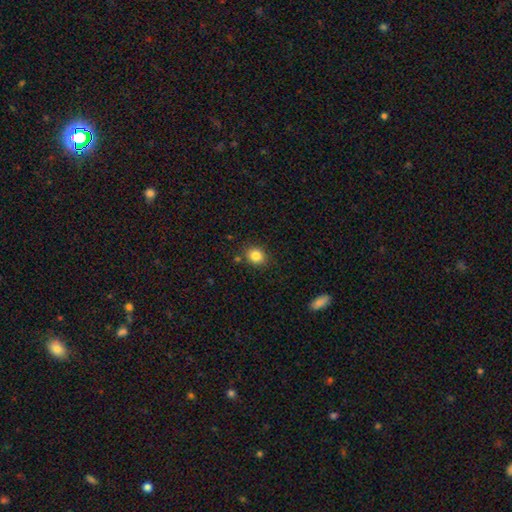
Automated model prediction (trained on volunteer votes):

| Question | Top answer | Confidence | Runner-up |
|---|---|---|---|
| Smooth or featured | smooth | 84% | star or artifact (11%) |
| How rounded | round | 71% | in between (28%) |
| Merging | none | 85% | minor disturbance (9%) |